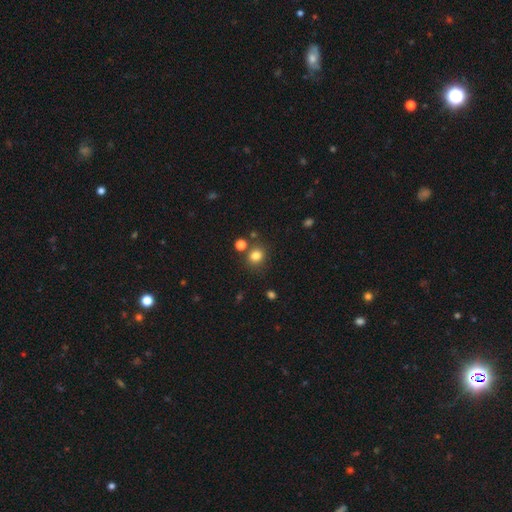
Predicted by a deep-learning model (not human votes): This appears to be a smooth galaxy with no disk features (80%) that is round (81%). Merging: none (79%).